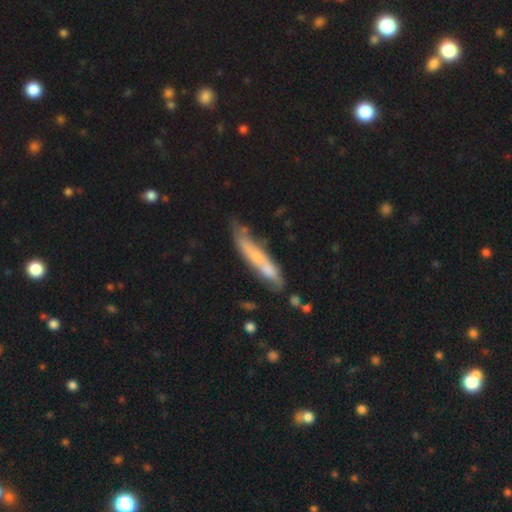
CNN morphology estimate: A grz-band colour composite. It shows a smooth galaxy with no disk features (55%) that is cigar-shaped (87%). Merging: none (51%).